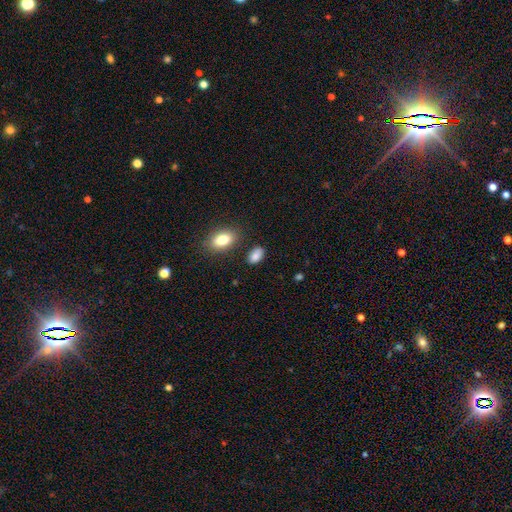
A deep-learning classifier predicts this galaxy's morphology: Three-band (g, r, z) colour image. It shows a smooth galaxy with no disk features (86%) that is in between round and cigar-shaped (91%). Merging: none (78%).